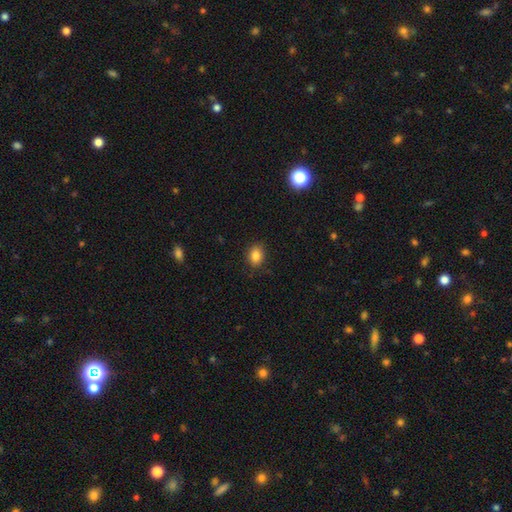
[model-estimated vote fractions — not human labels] The model was most divided on "how rounded": in between: 61%, round: 38%, cigar-shaped: 1%. More confident: smooth or featured — smooth (85%); merging — none (83%).